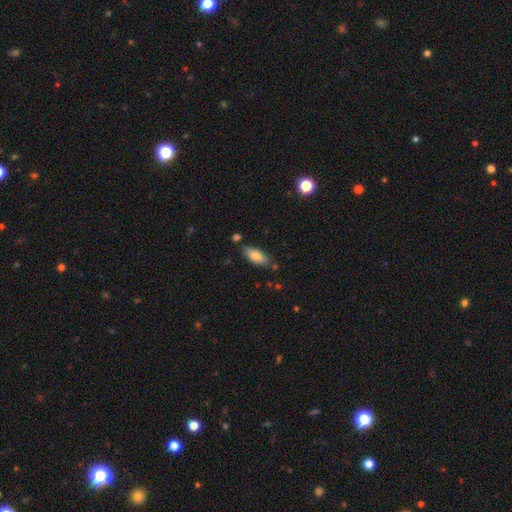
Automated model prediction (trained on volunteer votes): This appears to be a smooth galaxy with no disk features (79%) that is in between round and cigar-shaped (83%). Merging: none (77%).